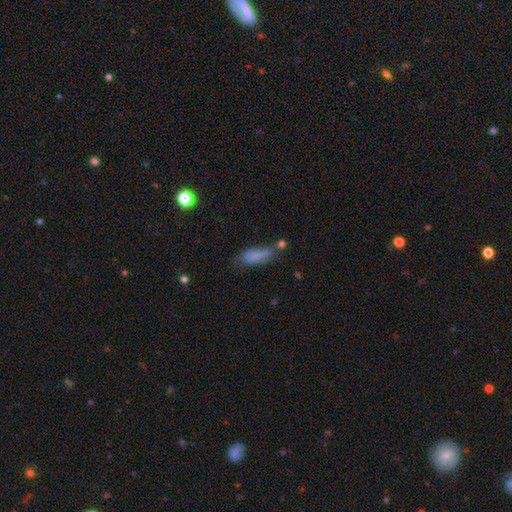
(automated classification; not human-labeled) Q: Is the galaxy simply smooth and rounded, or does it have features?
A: smooth — 70%.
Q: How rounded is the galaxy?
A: in between — 54%.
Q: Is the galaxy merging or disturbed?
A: none — 45%.